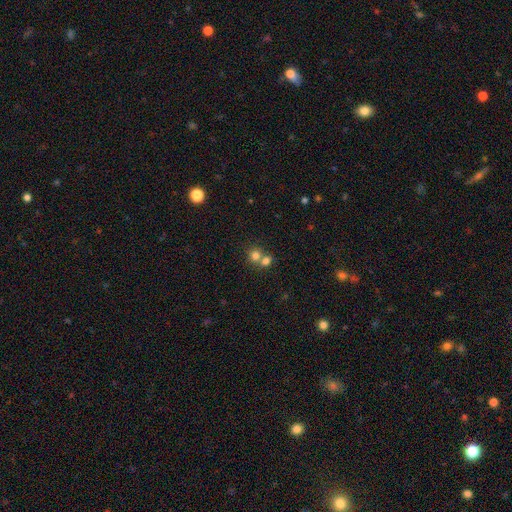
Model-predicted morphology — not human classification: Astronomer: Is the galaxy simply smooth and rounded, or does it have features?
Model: smooth — 76%.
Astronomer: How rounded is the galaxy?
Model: round — 81%.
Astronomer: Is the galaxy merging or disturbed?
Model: merger — 55% (runner-up: none, 38%).